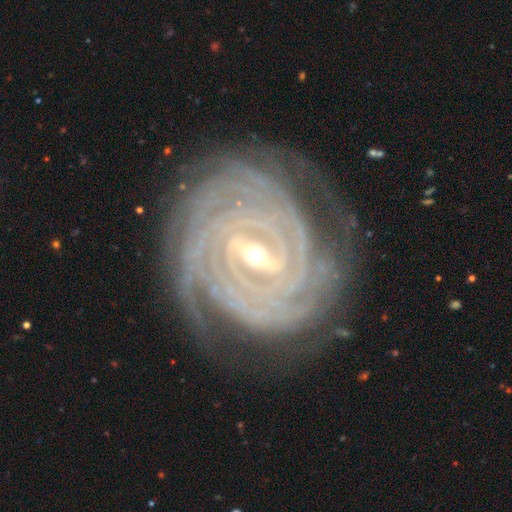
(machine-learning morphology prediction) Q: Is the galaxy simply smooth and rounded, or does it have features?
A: featured or disk — 92%.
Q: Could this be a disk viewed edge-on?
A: no — 97%.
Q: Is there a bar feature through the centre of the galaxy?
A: strong — 51%.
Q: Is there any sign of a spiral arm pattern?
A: yes — 98%.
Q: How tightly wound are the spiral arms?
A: tight — 89%.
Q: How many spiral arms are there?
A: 4 — 22%, tied with can't tell.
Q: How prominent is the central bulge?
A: small — 54%.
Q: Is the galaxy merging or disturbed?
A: none — 76%.